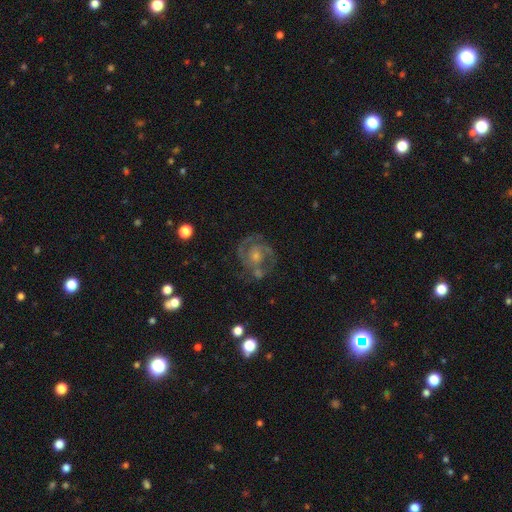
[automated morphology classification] Overall: featured or disk (84%). Edge-on disk: no (98%). Bar: no (66%; weak 28%). Spiral arms: yes (95%). Spiral arm count: 2 (57%; 3 18%). Spiral winding: tight (54%; medium 39%). Bulge size: small (50%; moderate 40%). Merging: none (72%).